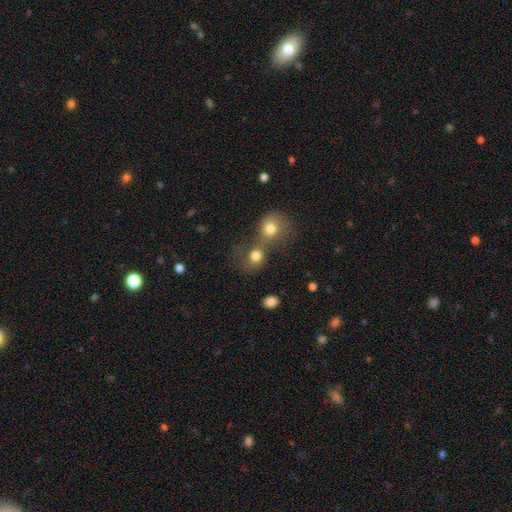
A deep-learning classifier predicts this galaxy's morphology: The model was most divided on "merging": merger: 59%, none: 27%, minor disturbance: 7%, major disturbance: 7%. More confident: smooth or featured — smooth (78%); how rounded — round (75%).